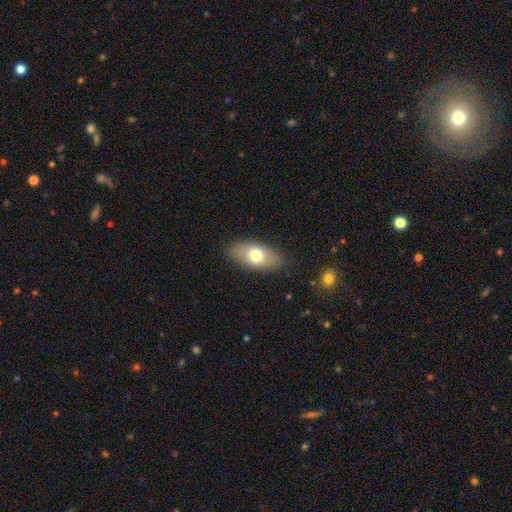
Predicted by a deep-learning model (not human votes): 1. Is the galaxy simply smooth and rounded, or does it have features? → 68% smooth, 25% featured or disk, 7% star or artifact.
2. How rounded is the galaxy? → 90% in between, 5% cigar-shaped, 5% round.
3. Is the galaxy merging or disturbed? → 85% none, 11% minor disturbance, 3% major disturbance, 1% merger.